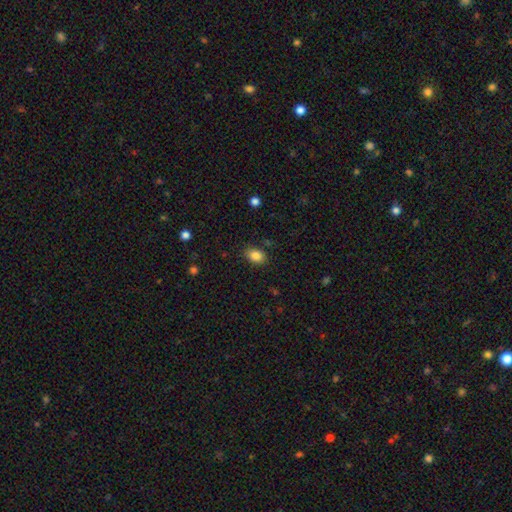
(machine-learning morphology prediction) Smooth or featured: smooth — 85% (star or artifact — 9%)
How rounded: in between — 75% (round — 24%)
Merging: none — 85% (minor disturbance — 11%)